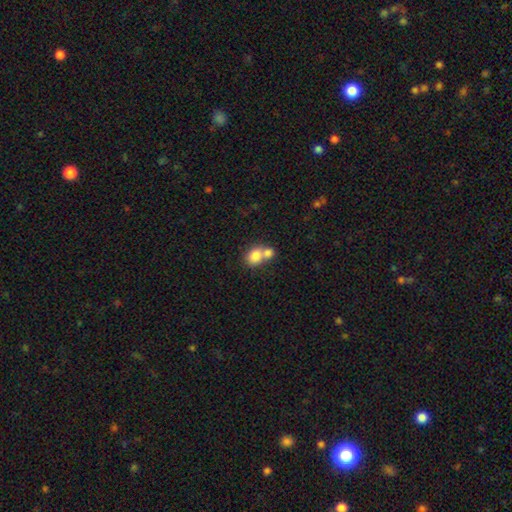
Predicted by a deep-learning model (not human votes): The model was most divided on "how rounded": round: 62%, in between: 37%, cigar-shaped: 1%. More confident: smooth or featured — smooth (79%); merging — merger (62%).